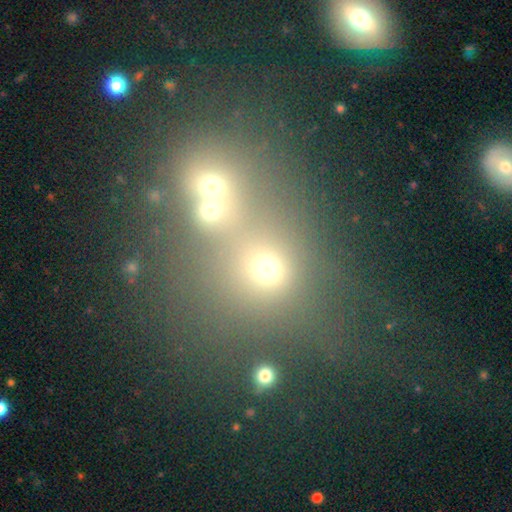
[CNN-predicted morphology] Smooth or featured: smooth — 47% (star or artifact — 37%)
Merging: merger — 49% (none — 38%)